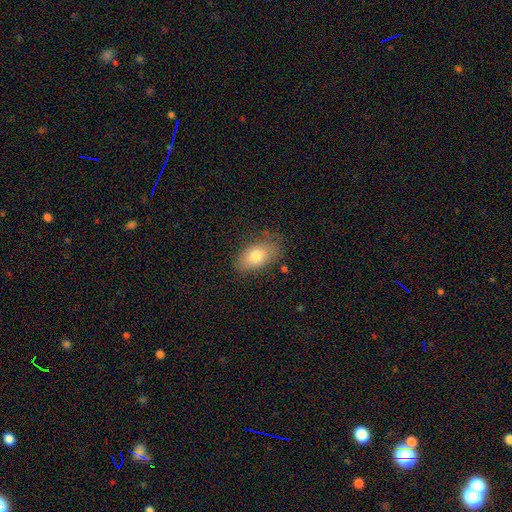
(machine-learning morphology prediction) smooth-or-featured: smooth: 76% | featured or disk: 16% | star or artifact: 8%
  how-rounded: in between: 90% | round: 7% | cigar-shaped: 3%
  merging: none: 71% | minor disturbance: 22% | major disturbance: 6% | merger: 2%